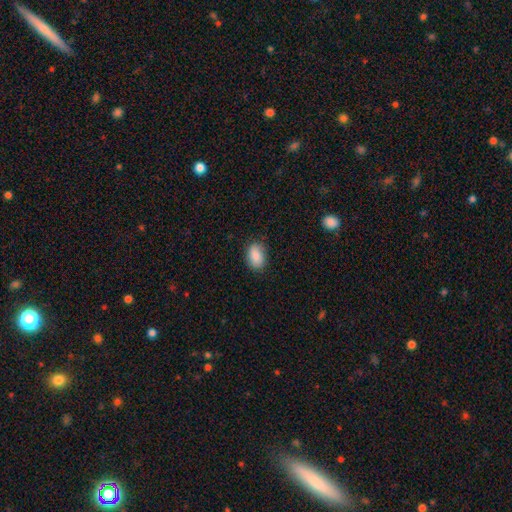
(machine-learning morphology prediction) Smooth or featured?
  - smooth: 88% *
  - star or artifact: 7%
  - featured or disk: 5%
How rounded?
  - in between: 84% *
  - round: 14%
  - cigar-shaped: 1%
Merging?
  - none: 83% *
  - minor disturbance: 13%
  - major disturbance: 3%
  - merger: 1%